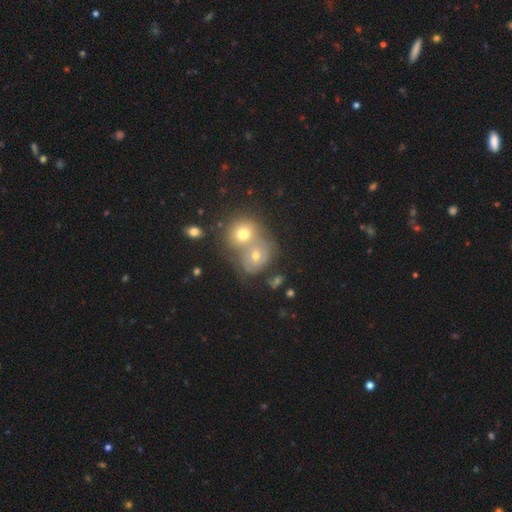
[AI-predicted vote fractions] This appears to be a featured or disk galaxy (47%). Merging: merger (55%).